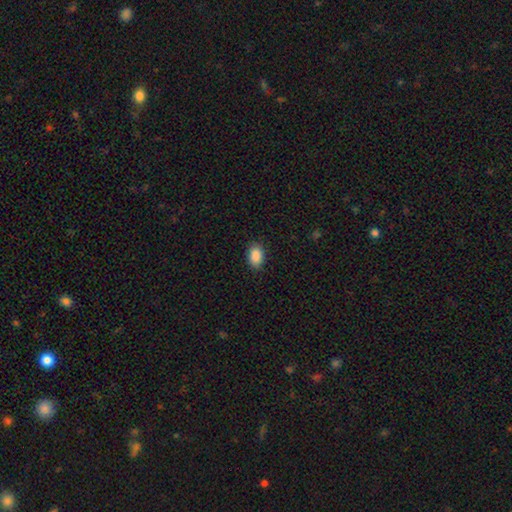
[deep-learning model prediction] This appears to be a smooth galaxy with no disk features (89%) that is in between round and cigar-shaped (84%). Merging: none (86%).